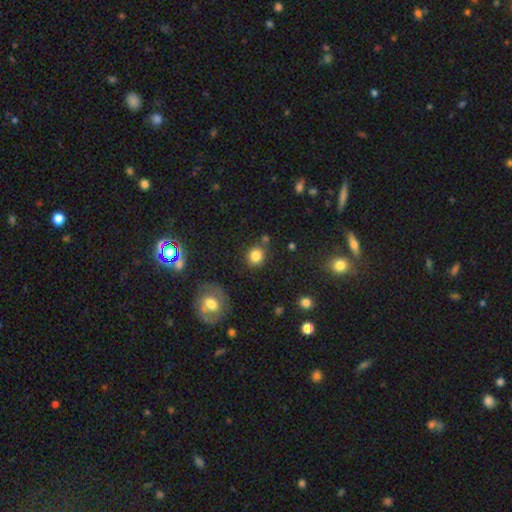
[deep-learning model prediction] This is clearly a smooth galaxy (82%). How rounded: clearly round (84%). Merging: likely none (78%).